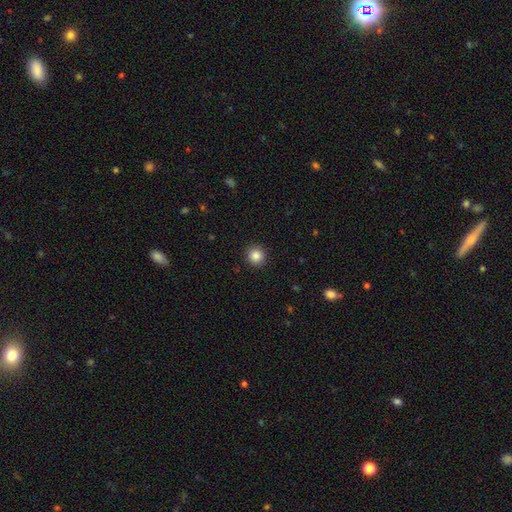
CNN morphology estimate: Smooth or featured: smooth — 85% (star or artifact — 10%)
How rounded: round — 94% (in between — 5%)
Merging: none — 92% (minor disturbance — 5%)